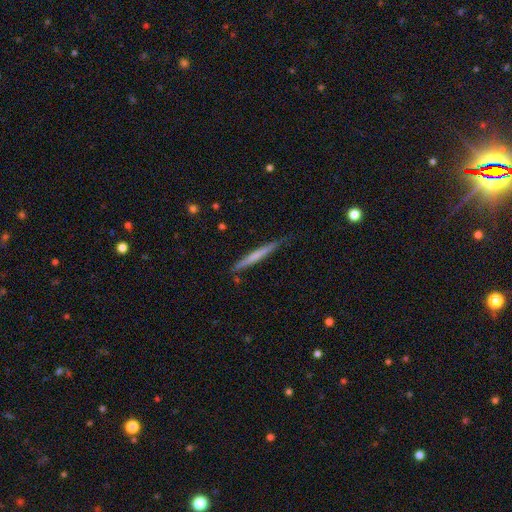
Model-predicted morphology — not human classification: smooth 55%, featured or disk 40%, star or artifact 5%. Down the decision tree: how rounded — cigar-shaped (97%); merging — none (82%).